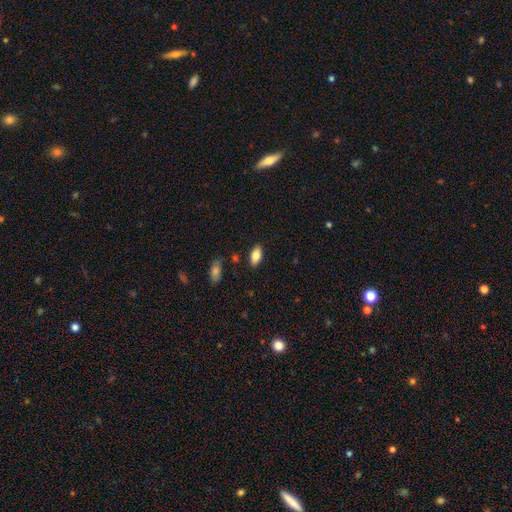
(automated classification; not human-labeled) A smooth galaxy with no disk features (81%) that is in between round and cigar-shaped (90%). Merging: none (86%).